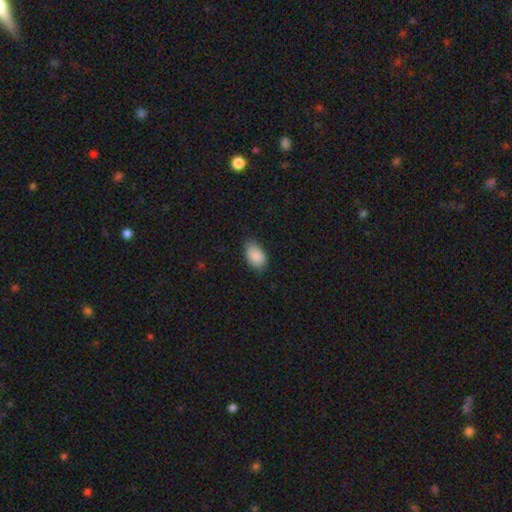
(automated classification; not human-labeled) Overall: smooth (89%). How rounded: in between (91%). Merging: none (75%).